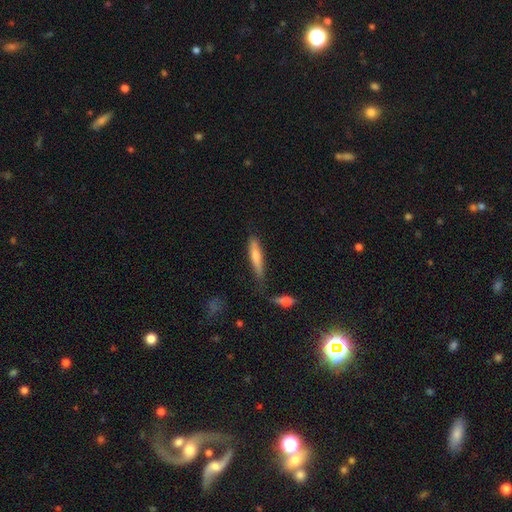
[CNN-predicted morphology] smooth_or_featured: smooth (p=0.68) [alt: featured or disk p=0.26]
how_rounded: cigar-shaped (p=0.87) [alt: in between p=0.12]
merging: none (p=0.64) [alt: minor disturbance p=0.23]